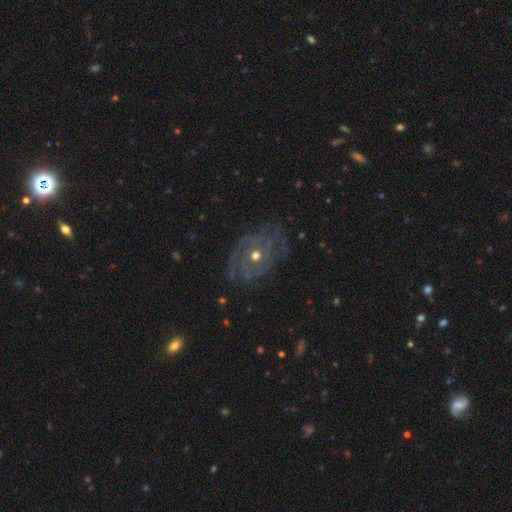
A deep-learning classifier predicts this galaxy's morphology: smooth_or_featured: featured or disk (p=0.82) [alt: smooth p=0.11]
disk_edge_on: no (p=0.96) [alt: yes p=0.04]
bar: no (p=0.84) [alt: weak p=0.13]
has_spiral_arms: yes (p=0.84) [alt: no p=0.16]
spiral_winding: tight (p=0.64) [alt: medium p=0.26]
spiral_arm_count: can't tell (p=0.38) [alt: 2 p=0.22]
bulge_size: moderate (p=0.70) [alt: small p=0.24]
merging: none (p=0.67) [alt: minor disturbance p=0.20]